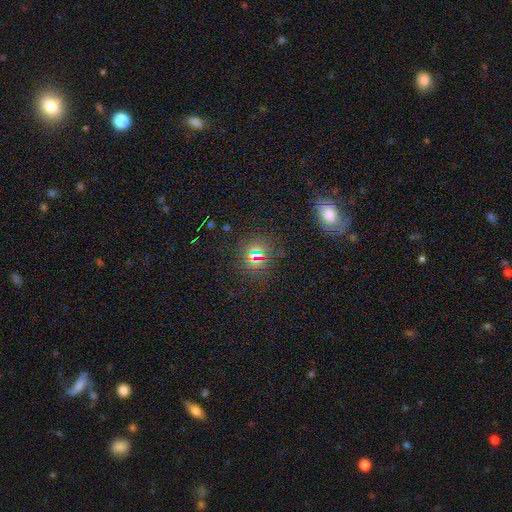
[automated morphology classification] smooth-or-featured: star or artifact: 61% | smooth: 29% | featured or disk: 9%